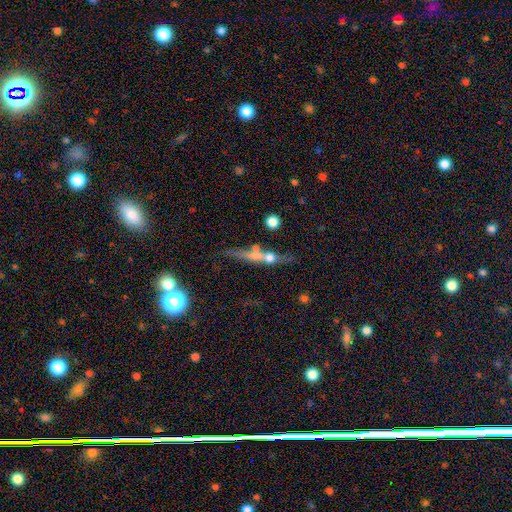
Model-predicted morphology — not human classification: smooth_or_featured: featured or disk (p=0.50) [alt: smooth p=0.39]
disk_edge_on: yes (p=0.85) [alt: no p=0.15]
merging: none (p=0.60) [alt: merger p=0.19]